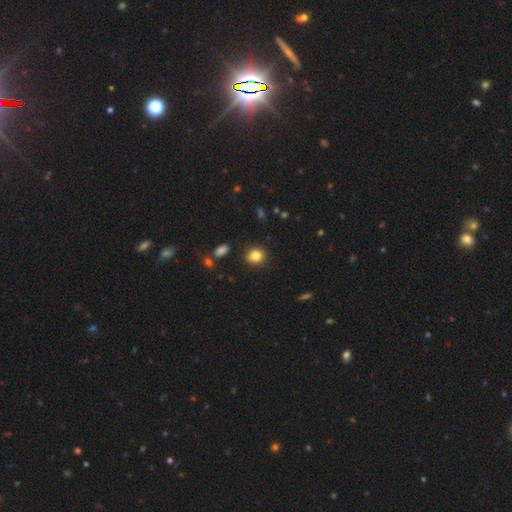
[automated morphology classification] Smooth or featured? smooth (84%)
How rounded? round (70%)
Merging? none (88%)